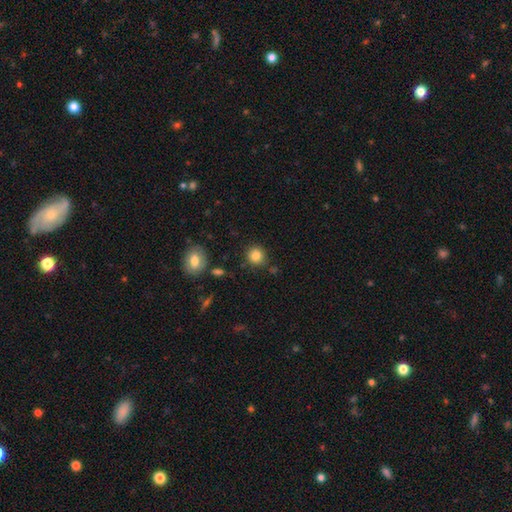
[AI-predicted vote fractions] A smooth galaxy with no disk features (84%) that is round (88%).

Vote fractions:
- Smooth or featured? smooth: 84% / star or artifact: 11% / featured or disk: 6%
- How rounded? round: 88% / in between: 11% / cigar-shaped: 1%
- Merging? none: 82% / minor disturbance: 11% / merger: 5% / major disturbance: 3%